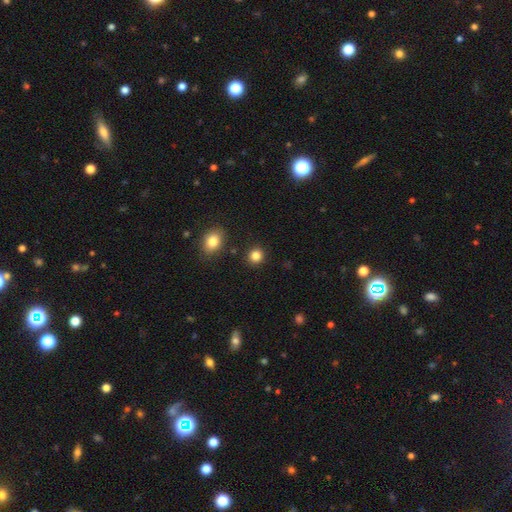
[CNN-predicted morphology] Q: Smooth or featured?
A: smooth (85%); runner-up: star or artifact (11%)
Q: How rounded?
A: round (87%); runner-up: in between (12%)
Q: Merging?
A: none (89%); runner-up: minor disturbance (6%)